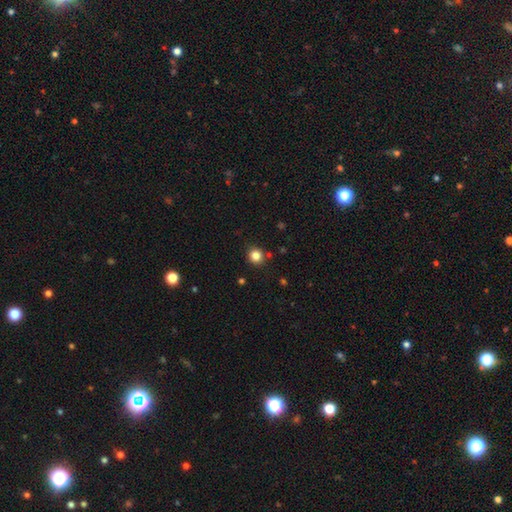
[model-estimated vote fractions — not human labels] Q: Smooth or featured?
A: smooth (84%); runner-up: star or artifact (12%)
Q: How rounded?
A: round (90%); runner-up: in between (9%)
Q: Merging?
A: none (87%); runner-up: minor disturbance (8%)